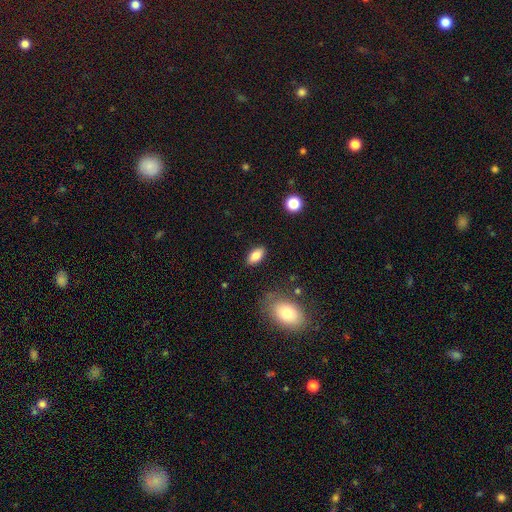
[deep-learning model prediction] Morphology: type=smooth (83%); roundness=in between (90%); merging=none (86%).